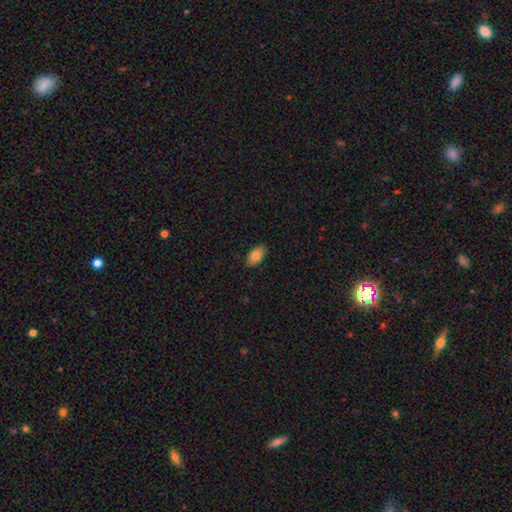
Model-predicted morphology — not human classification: This appears to be a smooth galaxy with no disk features (81%) that is in between round and cigar-shaped (93%). Merging: none (88%).